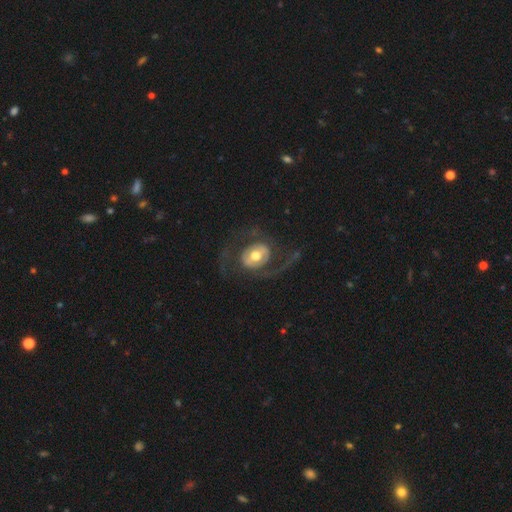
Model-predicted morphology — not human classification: A featured or disk galaxy (73%) with no bar (53%), spiral arms (63%) and a moderate central bulge (68%). Merging: none (61%).